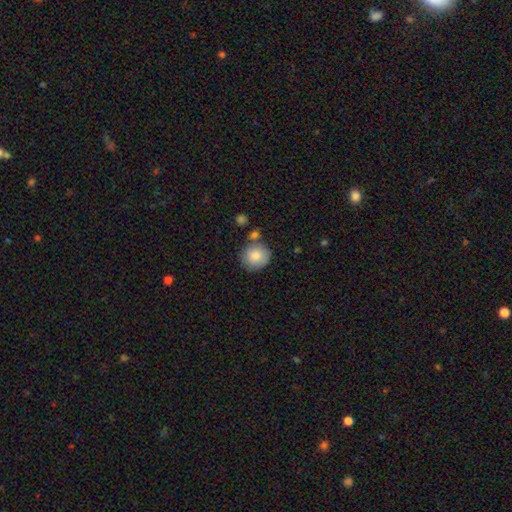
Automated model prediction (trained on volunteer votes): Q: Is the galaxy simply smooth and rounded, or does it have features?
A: smooth — 84%.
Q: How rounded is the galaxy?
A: round — 90%.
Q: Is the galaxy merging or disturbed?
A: none — 72%.